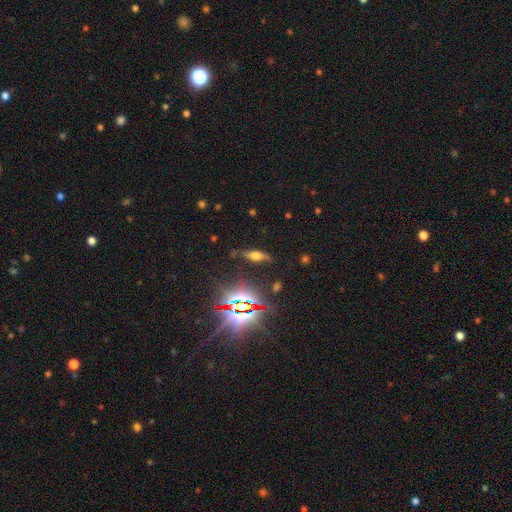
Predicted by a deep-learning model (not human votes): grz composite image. It shows a smooth galaxy with no disk features (47%). Merging: none (74%).